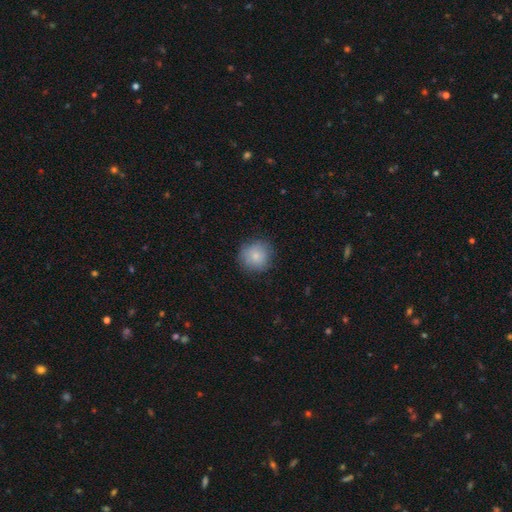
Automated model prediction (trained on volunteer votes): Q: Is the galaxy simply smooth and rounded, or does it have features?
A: smooth — 81%.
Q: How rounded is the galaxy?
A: round — 92%.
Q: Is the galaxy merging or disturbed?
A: none — 83%.